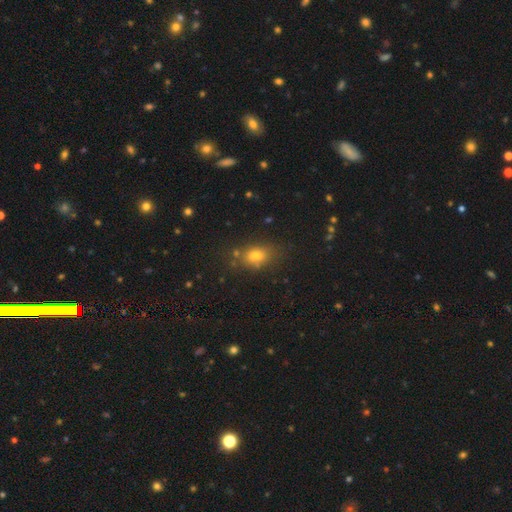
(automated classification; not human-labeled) Morphology: type=smooth (75%); roundness=in between (71%); merging=none (75%).